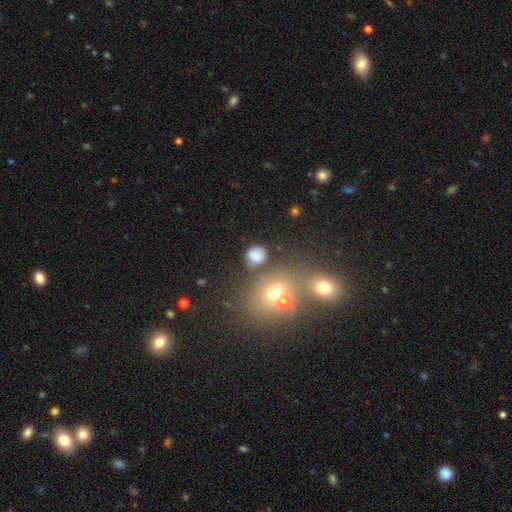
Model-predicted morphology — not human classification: The model was most divided on "merging": none: 63%, minor disturbance: 16%, merger: 13%, major disturbance: 8%. More confident: smooth or featured — smooth (76%); how rounded — round (75%).